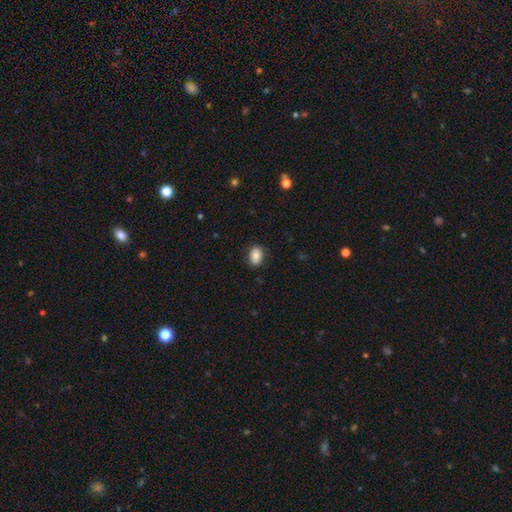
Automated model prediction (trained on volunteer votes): This appears to be a smooth galaxy with no disk features (86%) that is in between round and cigar-shaped (82%). Merging: none (86%).